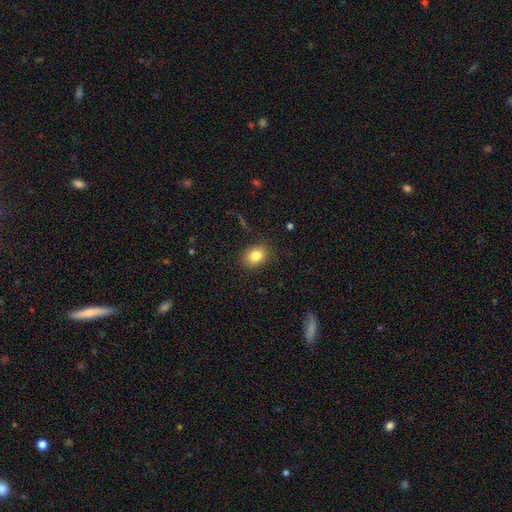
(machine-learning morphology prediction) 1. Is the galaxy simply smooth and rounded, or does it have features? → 82% smooth, 10% star or artifact, 8% featured or disk.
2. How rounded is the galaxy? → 59% in between, 40% round, 1% cigar-shaped.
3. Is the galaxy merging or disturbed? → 88% none, 9% minor disturbance, 2% major disturbance, 1% merger.